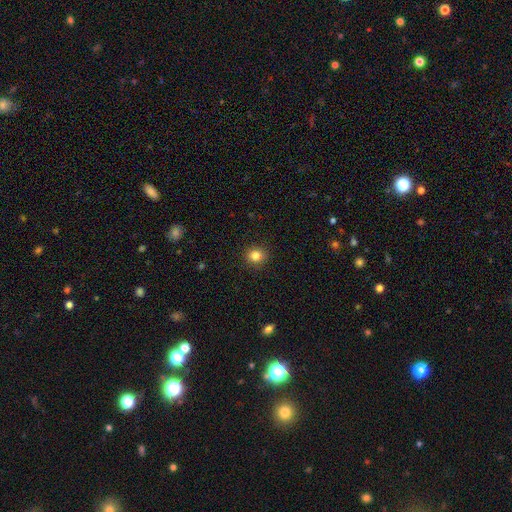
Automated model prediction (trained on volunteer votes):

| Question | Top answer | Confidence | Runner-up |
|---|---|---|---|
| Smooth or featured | smooth | 83% | star or artifact (11%) |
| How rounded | round | 82% | in between (18%) |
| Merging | none | 90% | minor disturbance (7%) |